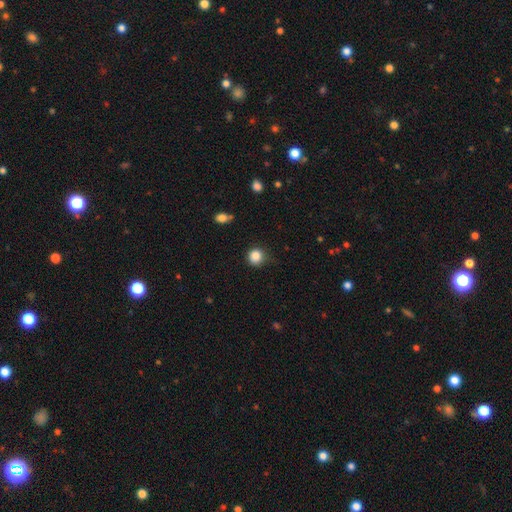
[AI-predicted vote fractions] Q: Smooth or featured?
A: smooth (85%); runner-up: star or artifact (11%)
Q: How rounded?
A: round (91%); runner-up: in between (8%)
Q: Merging?
A: none (80%); runner-up: minor disturbance (15%)